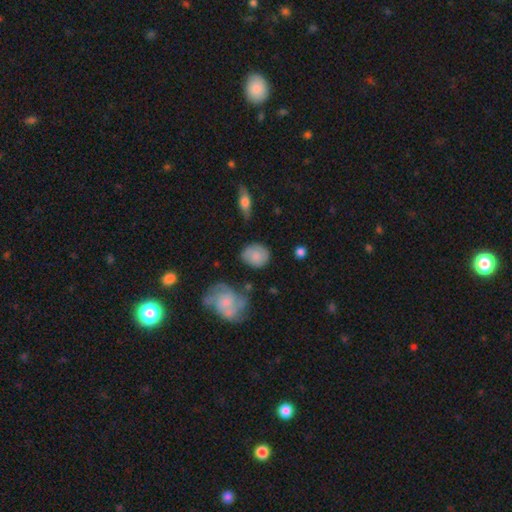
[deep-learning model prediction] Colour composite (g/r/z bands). It shows a smooth galaxy with no disk features (73%) that is round (66%). Merging: none (73%).